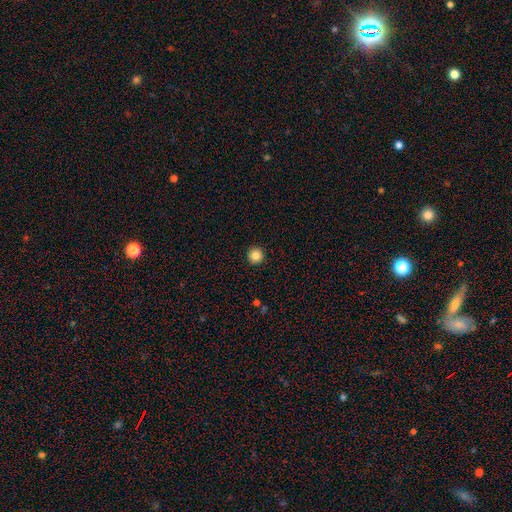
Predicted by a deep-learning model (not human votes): Q: Smooth or featured?
A: smooth (84%); runner-up: star or artifact (11%)
Q: How rounded?
A: round (96%); runner-up: in between (3%)
Q: Merging?
A: none (93%); runner-up: minor disturbance (4%)